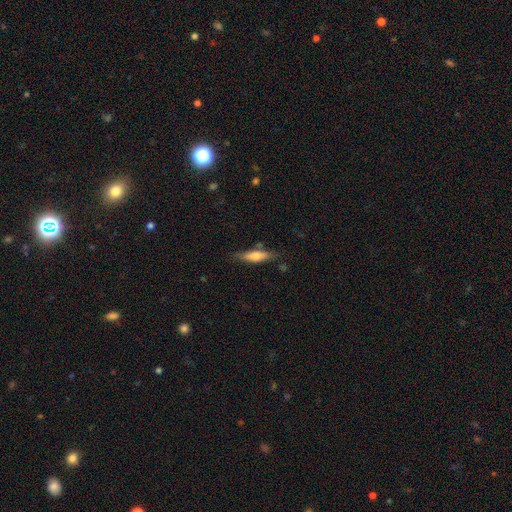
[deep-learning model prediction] Smooth or featured? Predicted: smooth (p=0.51). How rounded? Predicted: cigar-shaped (p=0.70). Merging? Predicted: none (p=0.76).